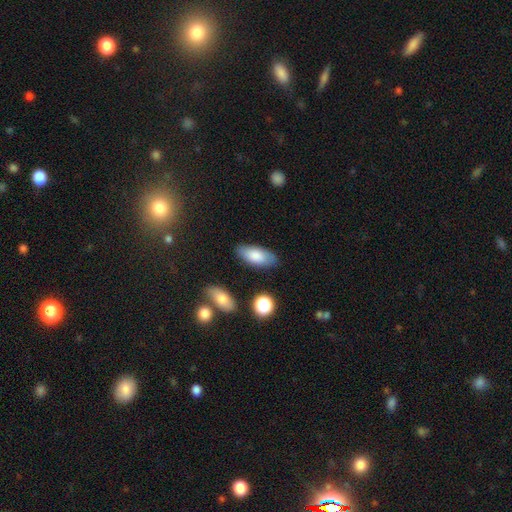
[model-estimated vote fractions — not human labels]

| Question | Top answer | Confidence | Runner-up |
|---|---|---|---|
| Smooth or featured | smooth | 81% | featured or disk (12%) |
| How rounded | in between | 88% | cigar-shaped (10%) |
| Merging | none | 81% | minor disturbance (13%) |